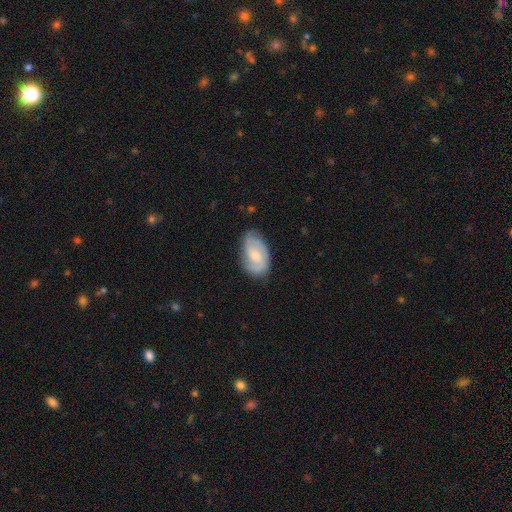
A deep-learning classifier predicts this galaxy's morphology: This is likely a featured or disk galaxy (64%). It is clearly not viewed edge-on (96%). Bar: possibly weak (47%). Spiral arm pattern: clearly yes (89%). Spiral arm count: likely 2 (62%). Spiral winding: marginally medium (43%). Central bulge: possibly small (51%). Merging: likely none (67%).